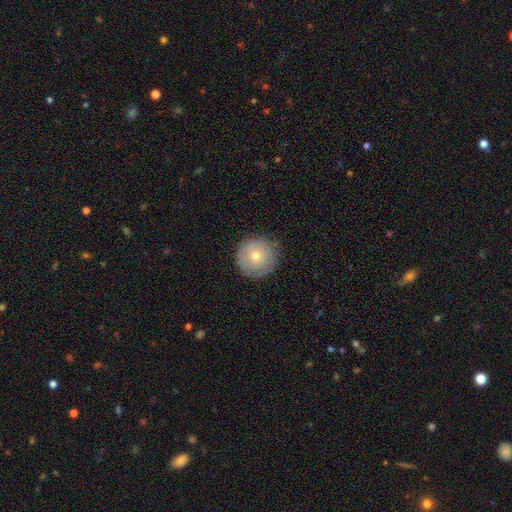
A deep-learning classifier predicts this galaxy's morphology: A smooth galaxy with no disk features (63%) that is round (96%). Merging: none (86%).